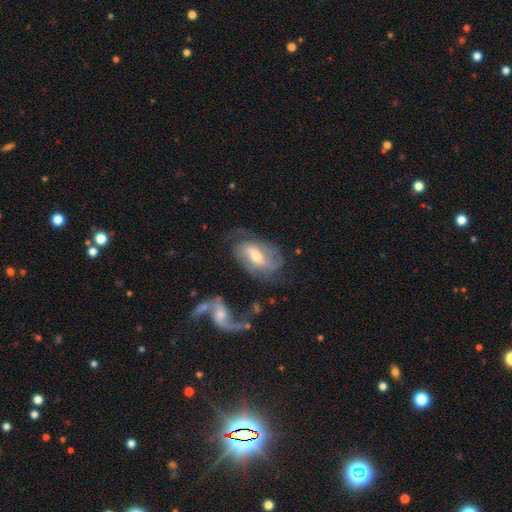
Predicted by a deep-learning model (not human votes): Overall: featured or disk (73%). Edge-on disk: no (93%). Bar: weak (46%; no 28%). Spiral arms: yes (86%). Spiral arm count: 2 (53%; can't tell 25%). Spiral winding: medium (41%; loose 30%). Bulge size: moderate (62%; small 30%). Merging: none (52%; minor disturbance 23%).